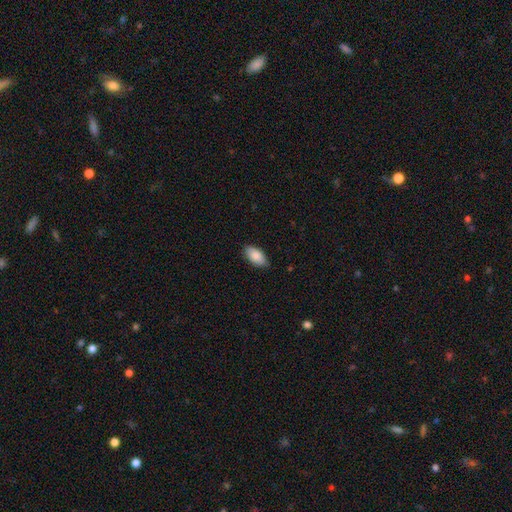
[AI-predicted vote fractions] Smooth or featured? Predicted: smooth (p=0.88). How rounded? Predicted: in between (p=0.94). Merging? Predicted: none (p=0.84).